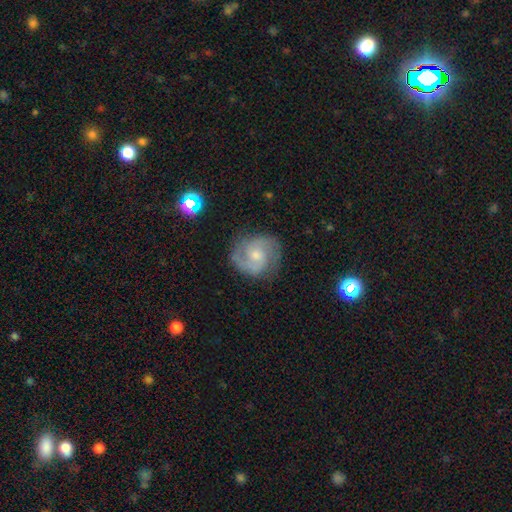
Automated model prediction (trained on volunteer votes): Overall: featured or disk (83%). Edge-on disk: no (98%). Bar: no (55%; weak 39%). Spiral arms: yes (96%). Spiral arm count: 2 (85%). Spiral winding: medium (52%; tight 36%). Bulge size: small (48%; moderate 43%). Merging: none (79%).